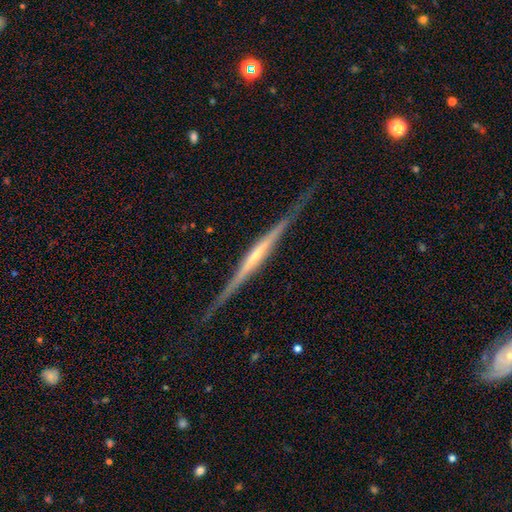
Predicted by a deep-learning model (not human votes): Smooth or featured?
  - featured or disk: 80% *
  - smooth: 15%
  - star or artifact: 5%
Edge-on disk?
  - yes: 98% *
  - no: 2%
Edge-on bulge?
  - none: 44% *
  - rounded: 41%
  - boxy: 15%
Merging?
  - none: 80% *
  - minor disturbance: 14%
  - major disturbance: 4%
  - merger: 2%